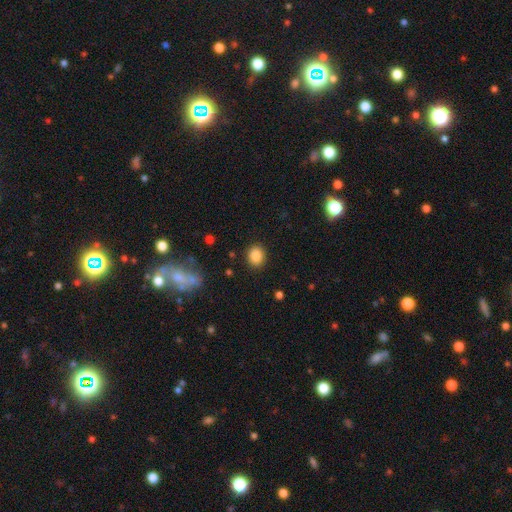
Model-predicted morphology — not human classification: This appears to be a smooth galaxy with no disk features (86%) that is round (65%). Merging: none (88%).